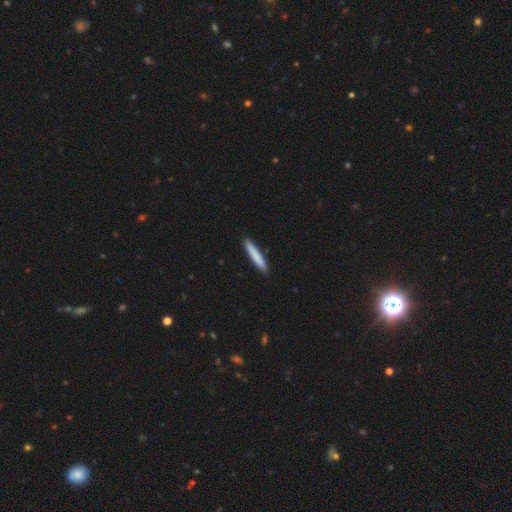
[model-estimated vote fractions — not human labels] Smooth or featured?
  - smooth: 81% *
  - featured or disk: 13%
  - star or artifact: 5%
How rounded?
  - cigar-shaped: 94% *
  - in between: 5%
  - round: 1%
Merging?
  - none: 91% *
  - minor disturbance: 7%
  - major disturbance: 1%
  - merger: 1%